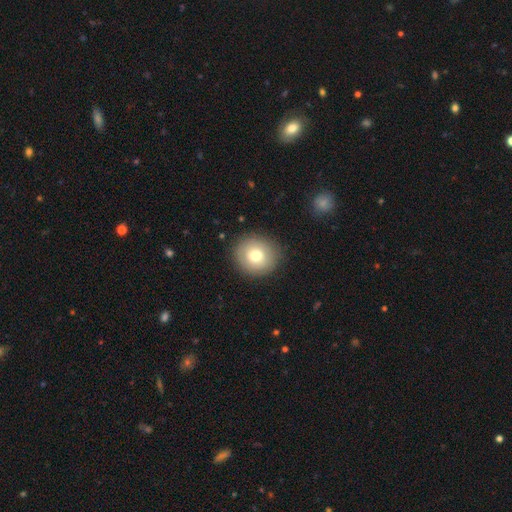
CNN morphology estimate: type=smooth (74%); roundness=round (84%); merging=none (87%).